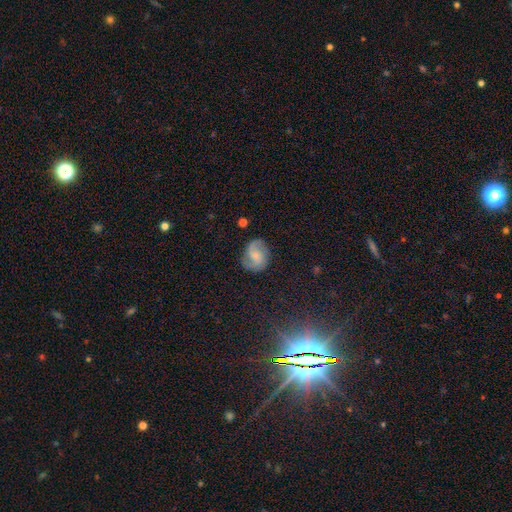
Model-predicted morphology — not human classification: smooth-or-featured: featured or disk: 58% | smooth: 34% | star or artifact: 8%
  disk-edge-on: no: 97% | yes: 3%
    bar: no: 46% | weak: 45% | strong: 10%
    has-spiral-arms: yes: 91% | no: 9%
      spiral-winding: medium: 46% | loose: 33% | tight: 21%
      spiral-arm-count: 2: 84% | can't tell: 8% | 1: 3% | 3: 3% | 4: 1% | more than 4: 1%
    bulge-size: small: 45% | moderate: 34% | none: 15% | large: 4% | dominant: 1%
  merging: none: 77% | minor disturbance: 16% | major disturbance: 5% | merger: 2%